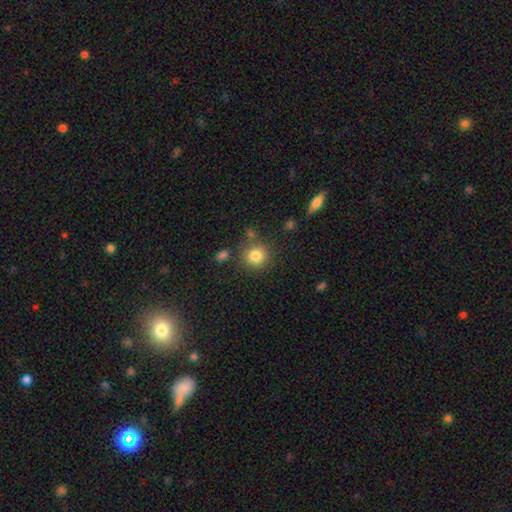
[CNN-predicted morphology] Smooth or featured? Predicted: smooth (p=0.83). How rounded? Predicted: round (p=0.90). Merging? Predicted: none (p=0.78).